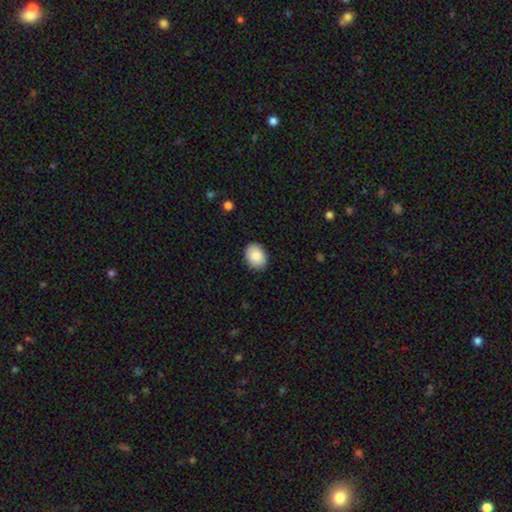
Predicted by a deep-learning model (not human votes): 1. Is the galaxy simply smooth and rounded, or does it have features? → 88% smooth, 7% star or artifact, 5% featured or disk.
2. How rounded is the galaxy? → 70% in between, 29% round, 1% cigar-shaped.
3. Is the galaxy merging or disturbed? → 88% none, 9% minor disturbance, 2% major disturbance, 1% merger.